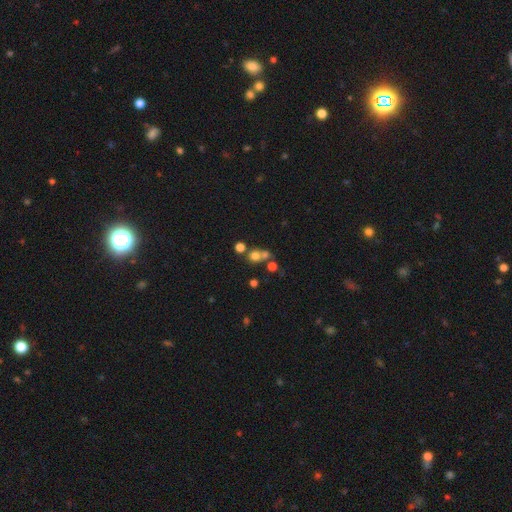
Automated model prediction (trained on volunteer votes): The model was most divided on "merging": none: 53%, merger: 36%, minor disturbance: 7%, major disturbance: 4%. More confident: how rounded — round (87%); smooth or featured — smooth (66%).